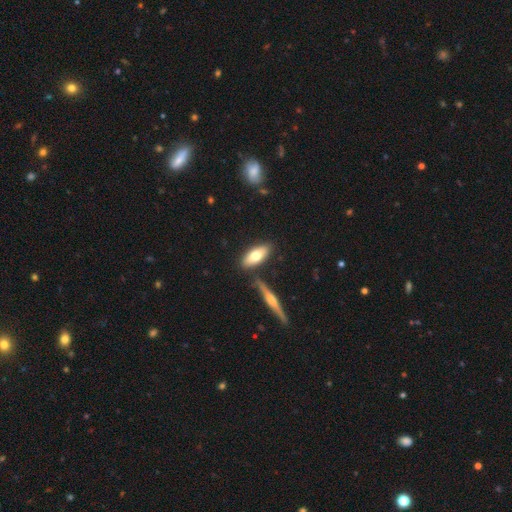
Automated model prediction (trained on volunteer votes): This is likely a smooth galaxy (71%). How rounded: clearly in between (81%). Merging: likely none (79%).